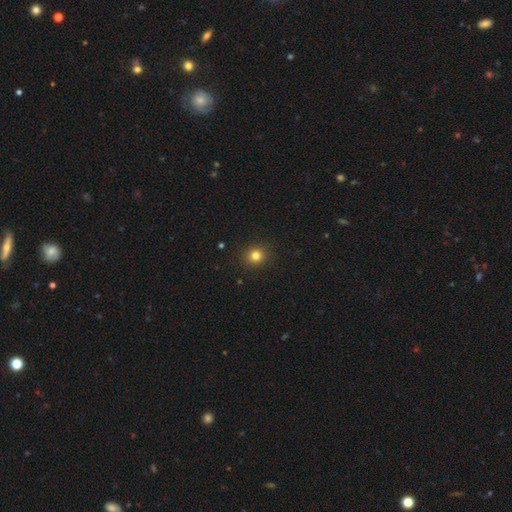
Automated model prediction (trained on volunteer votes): A smooth galaxy with no disk features (80%) that is round (88%).

Vote fractions:
- Smooth or featured? smooth: 80% / star or artifact: 14% / featured or disk: 6%
- How rounded? round: 88% / in between: 11% / cigar-shaped: 1%
- Merging? none: 91% / minor disturbance: 6% / major disturbance: 2% / merger: 1%